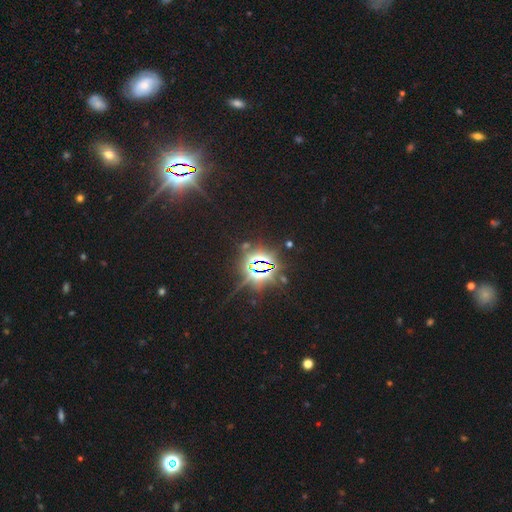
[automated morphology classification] Smooth or featured? Predicted: star or artifact (p=0.84).